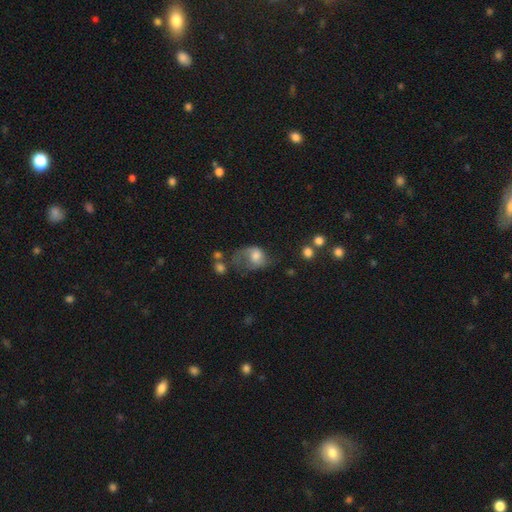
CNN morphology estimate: smooth 52%, featured or disk 38%, star or artifact 9%. Down the decision tree: how rounded — in between (59%); merging — major disturbance (45%).